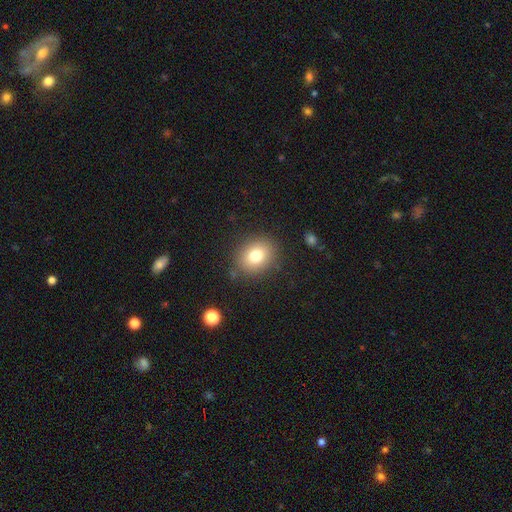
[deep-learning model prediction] Morphology: type=smooth (77%); roundness=round (58%); merging=none (85%).